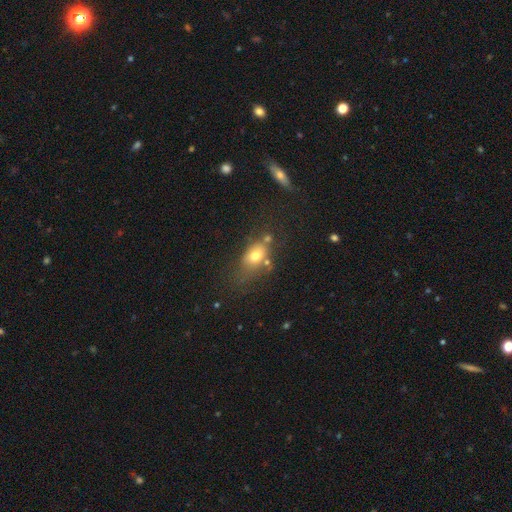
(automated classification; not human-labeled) smooth_or_featured: smooth (p=0.73) [alt: featured or disk p=0.16]
how_rounded: in between (p=0.75) [alt: round p=0.23]
merging: none (p=0.49) [alt: minor disturbance p=0.23]